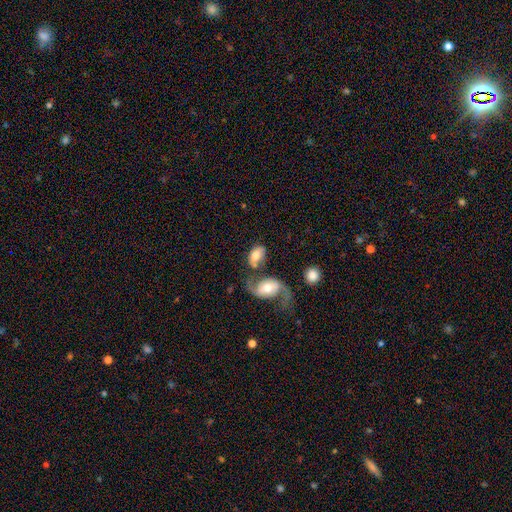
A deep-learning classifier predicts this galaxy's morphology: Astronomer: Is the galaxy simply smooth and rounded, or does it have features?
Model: smooth — 59% (runner-up: featured or disk, 34%).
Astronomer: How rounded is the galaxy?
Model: in between — 88%.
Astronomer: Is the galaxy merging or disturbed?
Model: none — 38% (runner-up: merger, 33%).